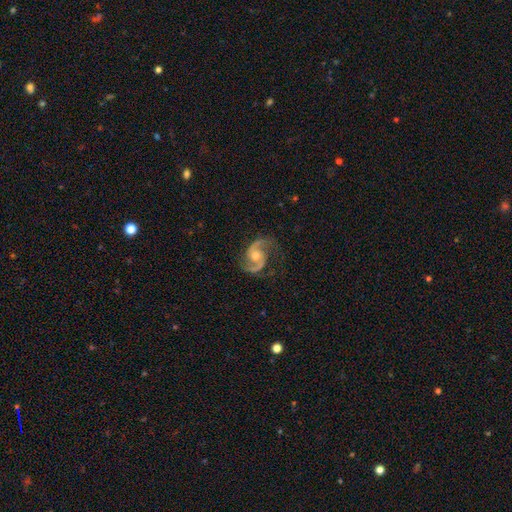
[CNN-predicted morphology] Smooth or featured: featured or disk — 92% (star or artifact — 5%)
Edge-on disk: no — 98% (yes — 2%)
Bar: no — 61% (weak — 32%)
Spiral arms: yes — 98% (no — 2%)
Spiral winding: medium — 59% (loose — 27%)
Spiral arm count: 2 — 94% (can't tell — 2%)
Bulge size: moderate — 64% (small — 30%)
Merging: none — 77% (minor disturbance — 15%)